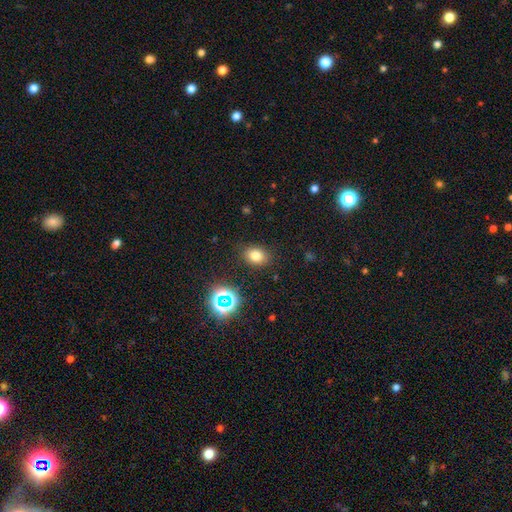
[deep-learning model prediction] The model was most divided on "how rounded": in between: 63%, round: 36%, cigar-shaped: 1%. More confident: merging — none (86%); smooth or featured — smooth (75%).